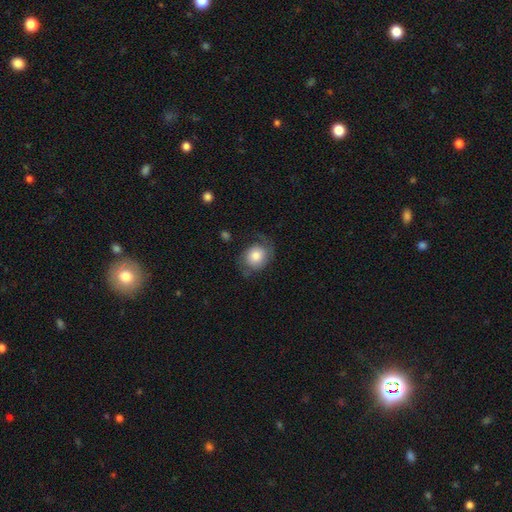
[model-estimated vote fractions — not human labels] This is possibly a smooth galaxy (59%). How rounded: likely round (62%). Merging: possibly none (58%).